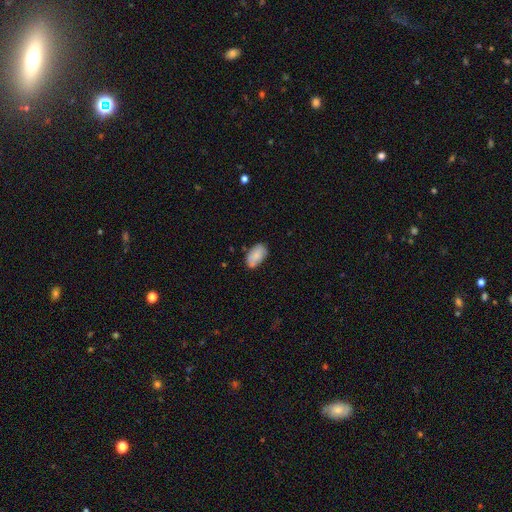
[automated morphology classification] This appears to be a smooth galaxy with no disk features (82%) that is in between round and cigar-shaped (94%). Merging: none (73%).